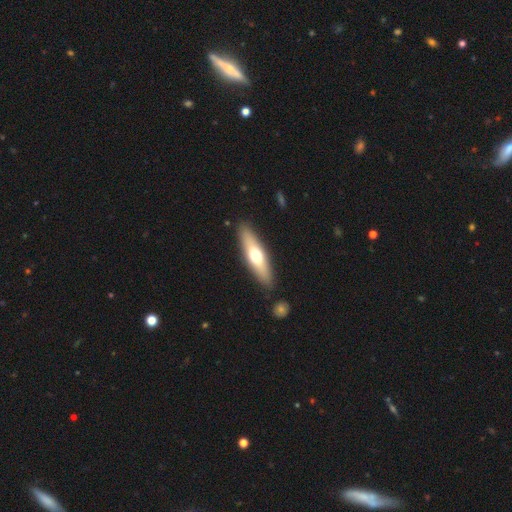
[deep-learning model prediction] This is possibly a smooth galaxy (53%). How rounded: likely cigar-shaped (69%). Merging: clearly none (88%).